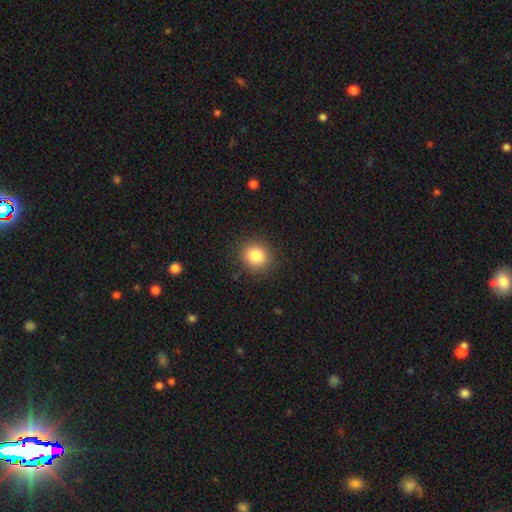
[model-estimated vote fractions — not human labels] Overall: smooth (84%). How rounded: round (83%). Merging: none (89%).